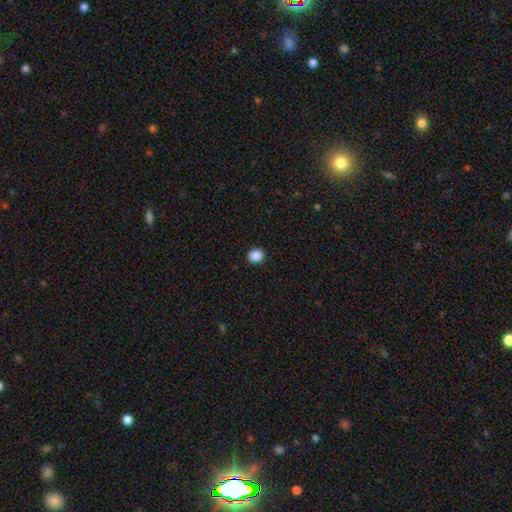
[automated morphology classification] Smooth or featured: smooth — 88% (star or artifact — 10%)
How rounded: round — 82% (in between — 17%)
Merging: none — 92% (minor disturbance — 5%)